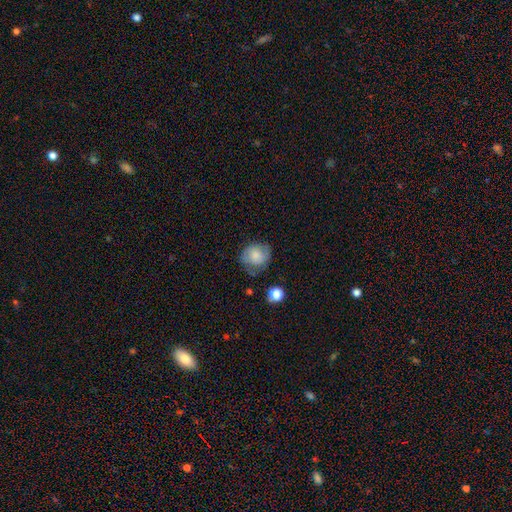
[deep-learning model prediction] Smooth or featured?
  - smooth: 66% *
  - featured or disk: 25%
  - star or artifact: 9%
How rounded?
  - round: 76% *
  - in between: 23%
  - cigar-shaped: 1%
Merging?
  - none: 60% *
  - minor disturbance: 27%
  - major disturbance: 11%
  - merger: 3%